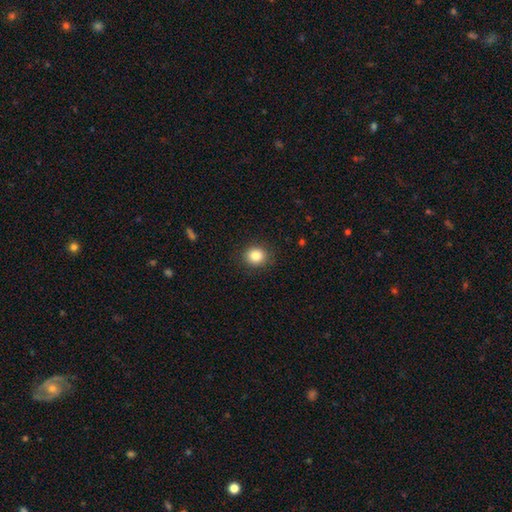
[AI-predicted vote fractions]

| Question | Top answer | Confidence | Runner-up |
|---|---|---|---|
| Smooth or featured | smooth | 85% | star or artifact (10%) |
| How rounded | round | 80% | in between (19%) |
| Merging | none | 89% | minor disturbance (8%) |